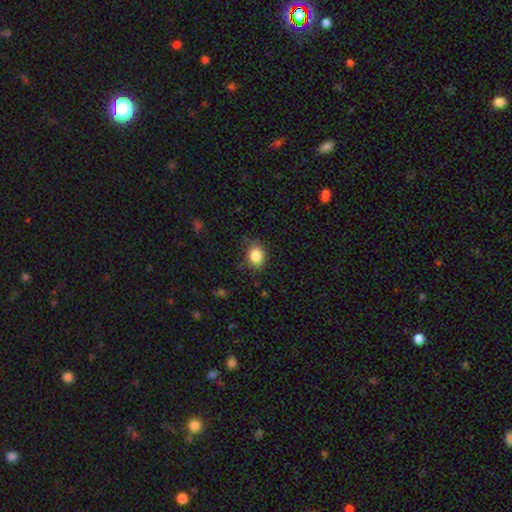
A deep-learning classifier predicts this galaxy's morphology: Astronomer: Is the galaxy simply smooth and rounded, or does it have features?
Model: smooth — 86%.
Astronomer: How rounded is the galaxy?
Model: in between — 60% (runner-up: round, 40%).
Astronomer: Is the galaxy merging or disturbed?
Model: none — 78%.